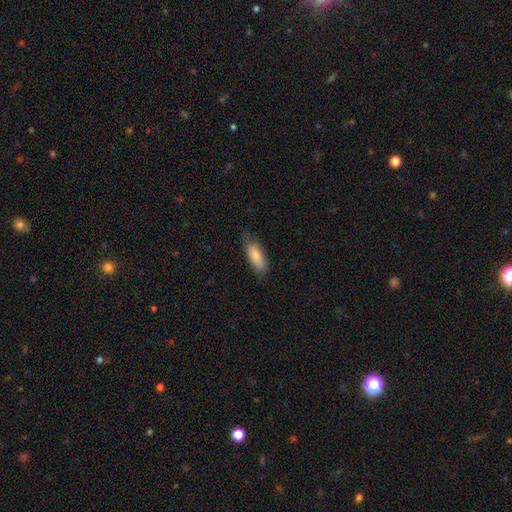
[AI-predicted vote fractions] This is clearly a smooth galaxy (82%). How rounded: likely in between (77%). Merging: likely none (68%).